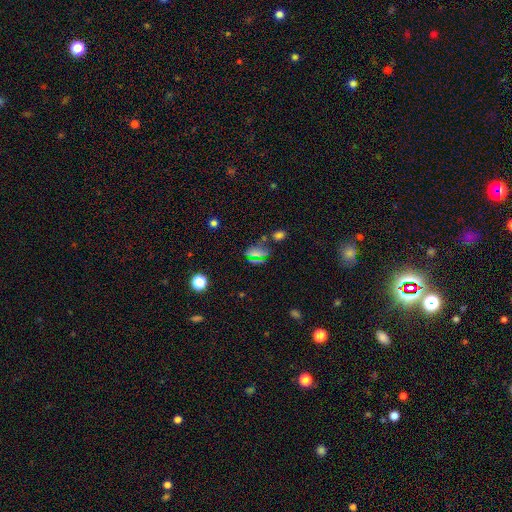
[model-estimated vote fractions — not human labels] Smooth or featured? Predicted: smooth (p=0.51). How rounded? Predicted: in between (p=0.64). Merging? Predicted: none (p=0.70).